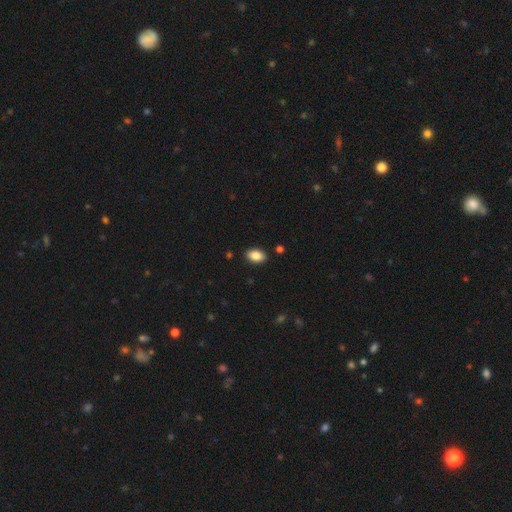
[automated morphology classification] Q: Smooth or featured?
A: smooth (87%); runner-up: star or artifact (8%)
Q: How rounded?
A: in between (91%); runner-up: round (7%)
Q: Merging?
A: none (89%); runner-up: minor disturbance (8%)